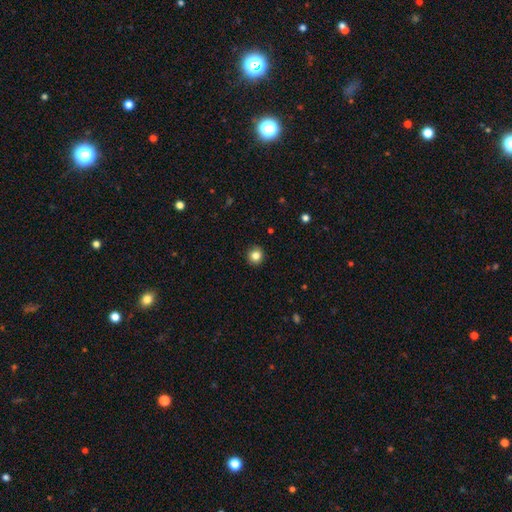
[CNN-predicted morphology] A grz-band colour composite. It shows a smooth galaxy with no disk features (84%) that is round (91%). Merging: none (92%).